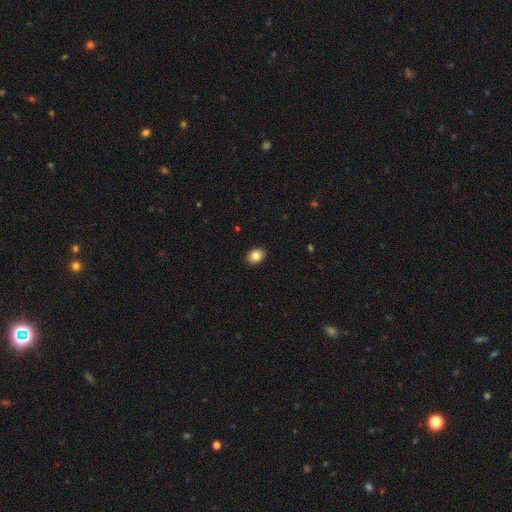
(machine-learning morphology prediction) smooth-or-featured: smooth: 84% | star or artifact: 9% | featured or disk: 7%
  how-rounded: in between: 65% | round: 34% | cigar-shaped: 1%
  merging: none: 90% | minor disturbance: 7% | major disturbance: 2% | merger: 1%